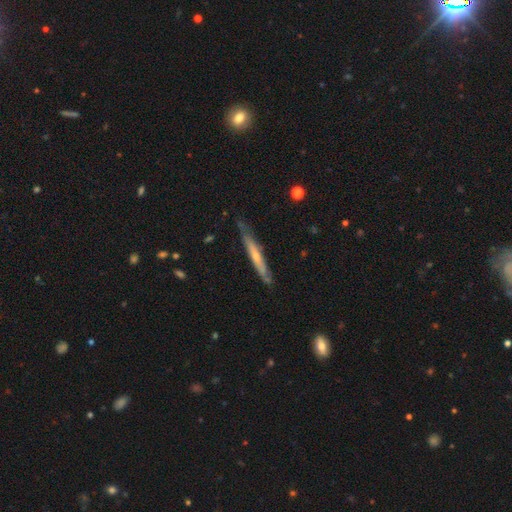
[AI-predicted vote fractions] Overall: featured or disk (59%; smooth 35%). Edge-on disk: yes (89%). Edge-on bulge: none (49%; rounded 46%). Merging: none (76%).